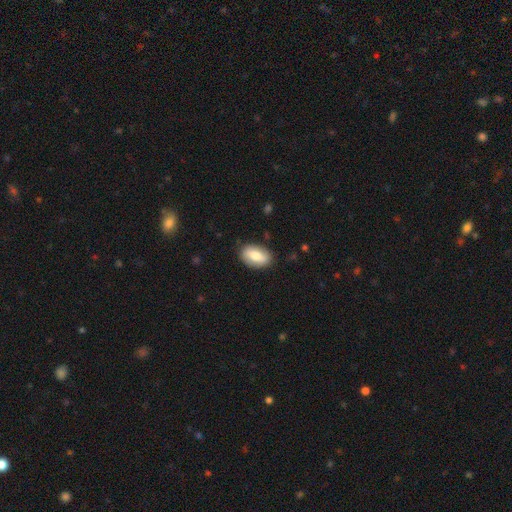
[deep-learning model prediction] smooth-or-featured: smooth: 76% | featured or disk: 17% | star or artifact: 6%
  how-rounded: in between: 91% | round: 8% | cigar-shaped: 2%
  merging: none: 85% | minor disturbance: 12% | major disturbance: 3% | merger: 1%